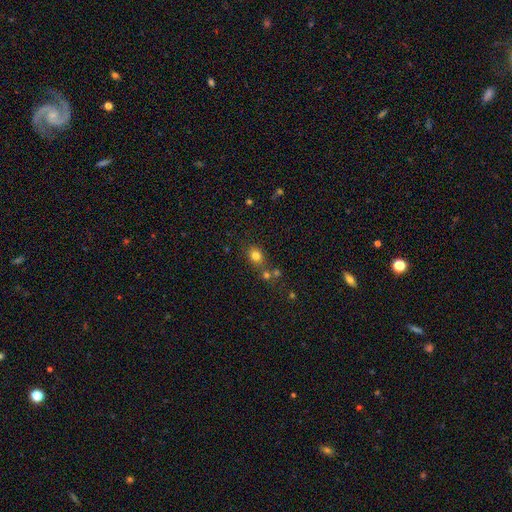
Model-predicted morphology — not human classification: Smooth or featured? Predicted: smooth (p=0.78). How rounded? Predicted: round (p=0.62). Merging? Predicted: none (p=0.63).